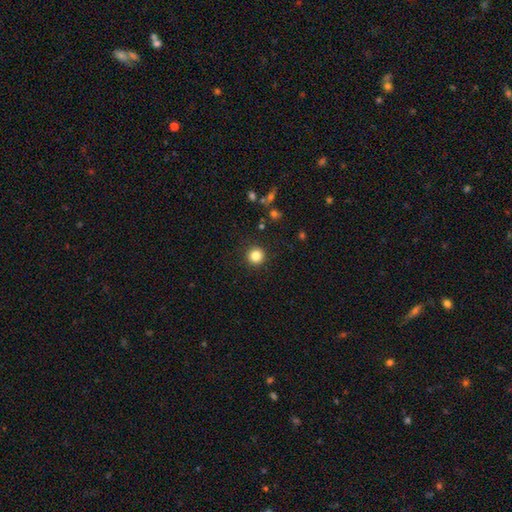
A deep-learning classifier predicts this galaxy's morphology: smooth_or_featured: smooth (p=0.84) [alt: star or artifact p=0.11]
how_rounded: round (p=0.95) [alt: in between p=0.04]
merging: none (p=0.92) [alt: minor disturbance p=0.05]